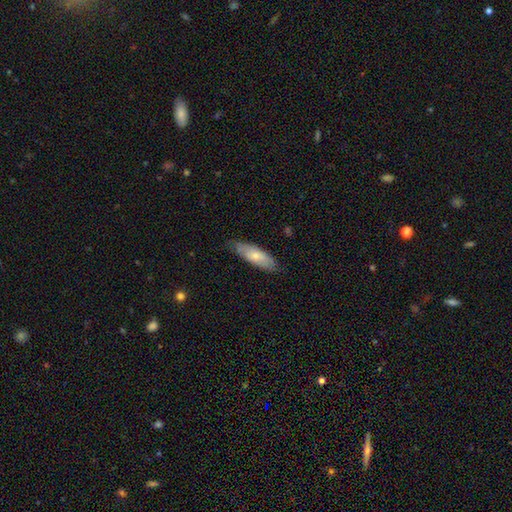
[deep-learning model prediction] Overall: smooth (70%). How rounded: in between (58%; cigar-shaped 40%). Merging: none (76%).